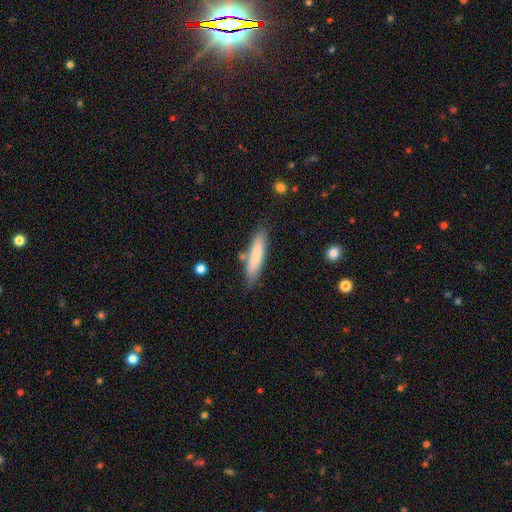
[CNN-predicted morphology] Smooth or featured: smooth — 79% (featured or disk — 15%)
How rounded: cigar-shaped — 80% (in between — 18%)
Merging: none — 78% (minor disturbance — 14%)